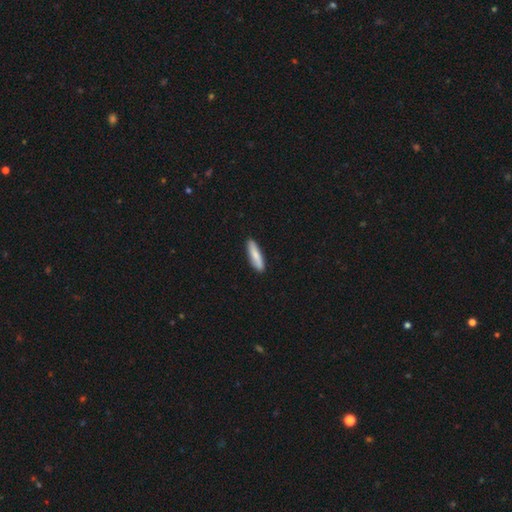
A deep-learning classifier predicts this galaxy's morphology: Overall: smooth (79%). How rounded: cigar-shaped (79%). Merging: none (90%).